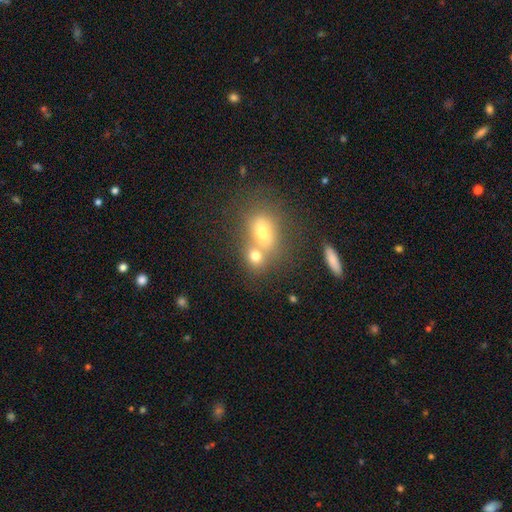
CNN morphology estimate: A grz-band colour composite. It shows a smooth galaxy with no disk features (72%) that is round (56%). Merging: merger (53%).